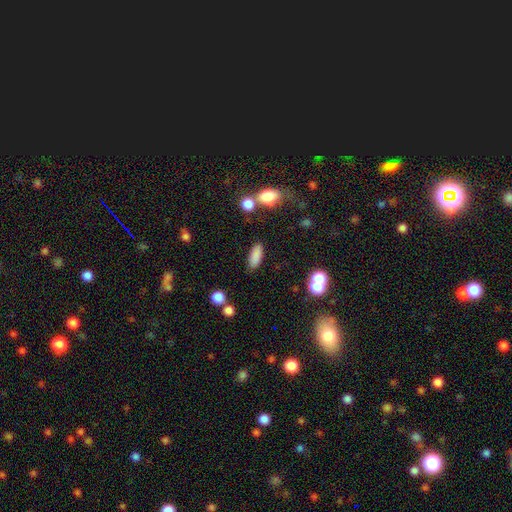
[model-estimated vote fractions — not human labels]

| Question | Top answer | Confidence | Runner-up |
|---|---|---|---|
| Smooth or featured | smooth | 86% | star or artifact (9%) |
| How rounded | in between | 70% | cigar-shaped (27%) |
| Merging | none | 84% | minor disturbance (9%) |